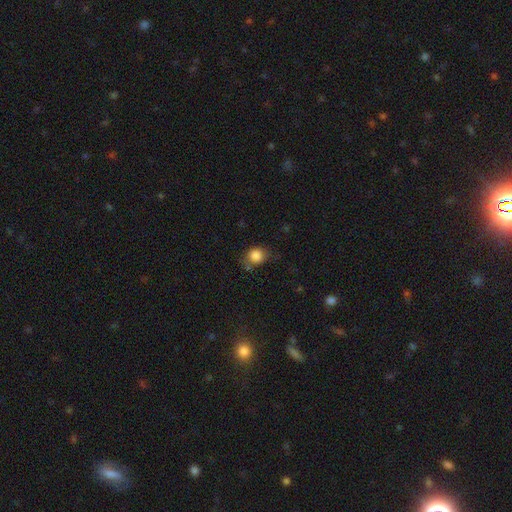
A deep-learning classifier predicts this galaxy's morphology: Smooth or featured? Predicted: smooth (p=0.84). How rounded? Predicted: round (p=0.74). Merging? Predicted: none (p=0.58).